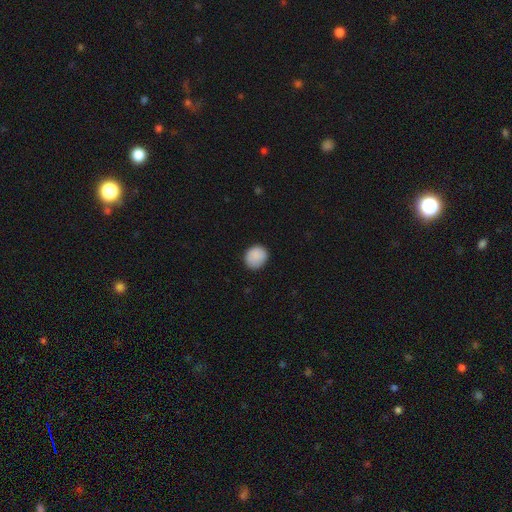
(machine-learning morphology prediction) Smooth or featured: smooth — 89% (star or artifact — 8%)
How rounded: round — 78% (in between — 21%)
Merging: none — 85% (minor disturbance — 12%)